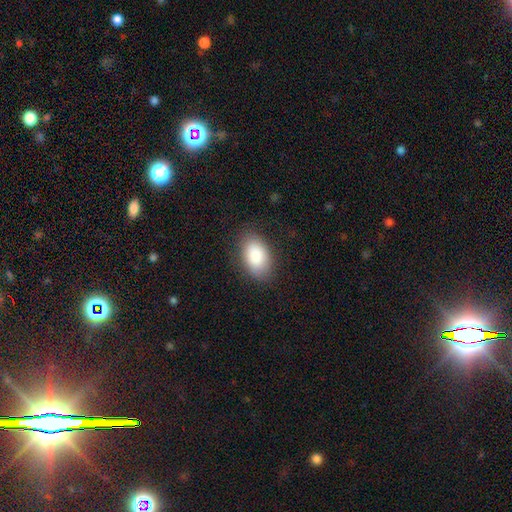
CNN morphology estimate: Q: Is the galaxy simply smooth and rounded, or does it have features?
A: smooth — 87%.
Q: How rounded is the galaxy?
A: in between — 92%.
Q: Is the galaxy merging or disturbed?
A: none — 83%.